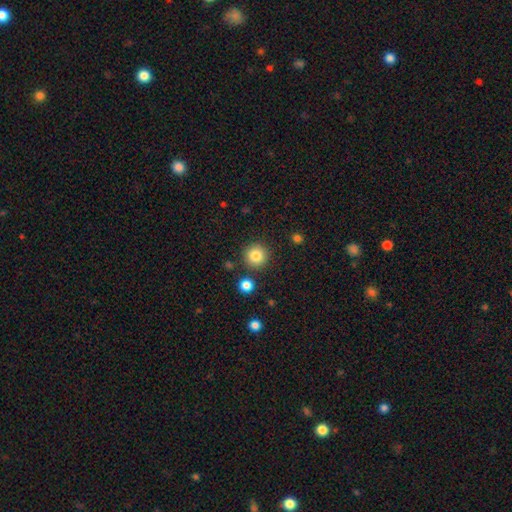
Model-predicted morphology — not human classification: Smooth or featured?
  - smooth: 84% *
  - star or artifact: 11%
  - featured or disk: 6%
How rounded?
  - round: 95% *
  - in between: 4%
  - cigar-shaped: 1%
Merging?
  - none: 89% *
  - minor disturbance: 6%
  - merger: 3%
  - major disturbance: 2%